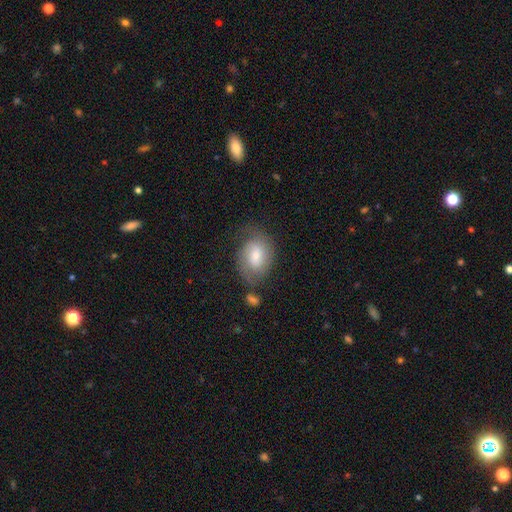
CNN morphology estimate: type=smooth (52%); roundness=in between (68%); merging=none (57%).